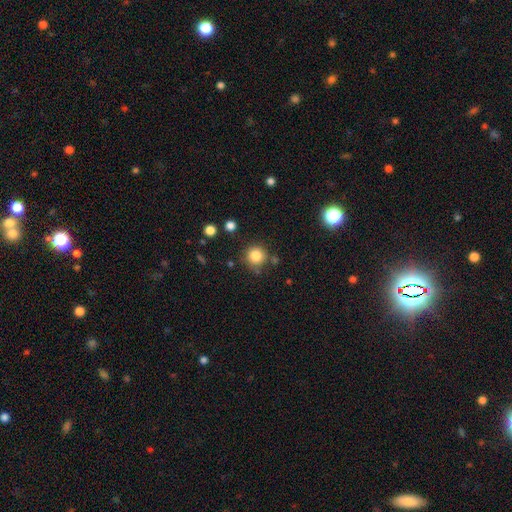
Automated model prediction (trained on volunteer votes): smooth_or_featured: smooth (p=0.84) [alt: star or artifact p=0.11]
how_rounded: round (p=0.94) [alt: in between p=0.05]
merging: none (p=0.81) [alt: minor disturbance p=0.10]